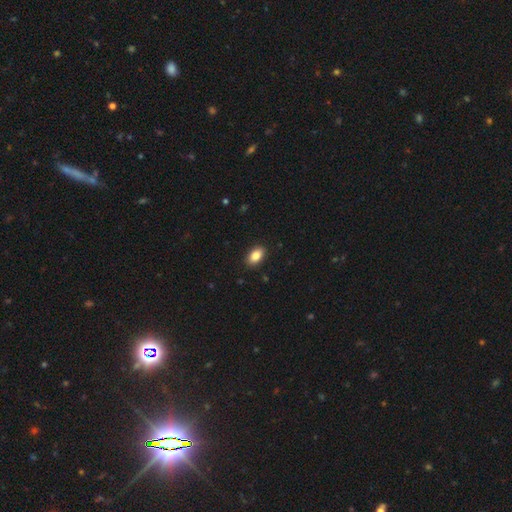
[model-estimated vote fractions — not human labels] Overall: smooth (86%). How rounded: in between (90%). Merging: none (90%).